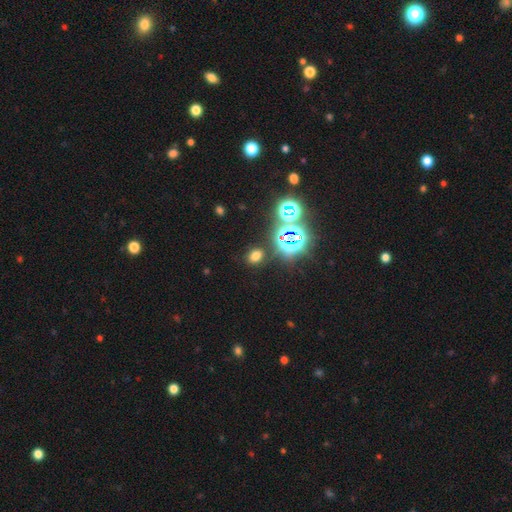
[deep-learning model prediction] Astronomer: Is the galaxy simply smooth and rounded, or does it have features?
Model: smooth — 61%.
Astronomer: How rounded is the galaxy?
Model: in between — 49%, tied with round at 49%.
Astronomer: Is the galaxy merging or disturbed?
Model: none — 86%.